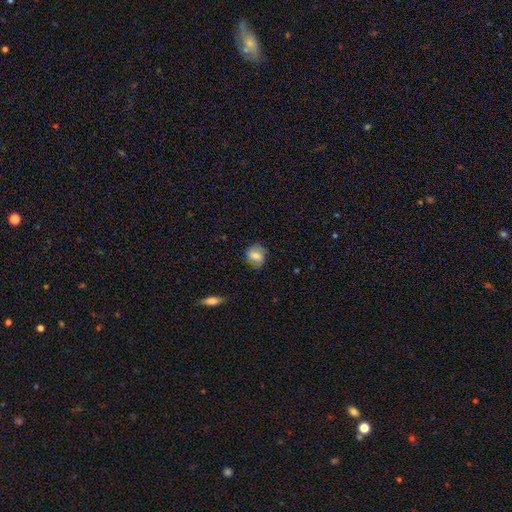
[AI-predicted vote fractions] Morphology: type=smooth (74%); roundness=round (70%); merging=none (71%).